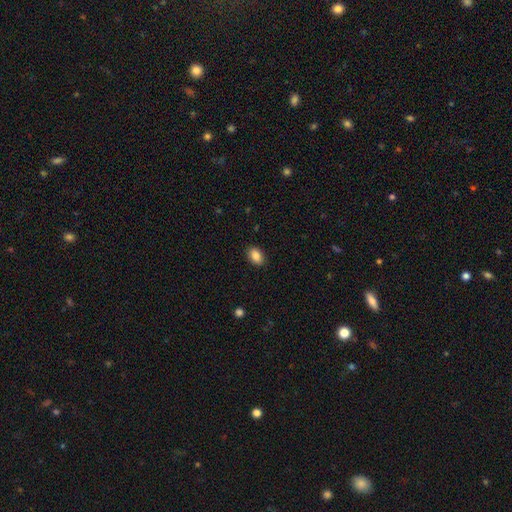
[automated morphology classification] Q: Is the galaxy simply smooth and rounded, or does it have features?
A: smooth — 87%.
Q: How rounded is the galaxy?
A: in between — 84%.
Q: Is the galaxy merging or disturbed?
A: none — 89%.